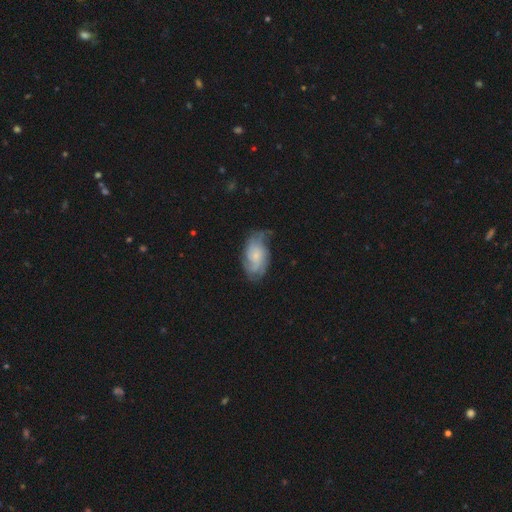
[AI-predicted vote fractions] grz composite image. It shows a featured or disk galaxy (64%) with no bar (73%), 2 (33%) medium (40%) spiral arms (90%) and a small central bulge (55%). Merging: none (60%).